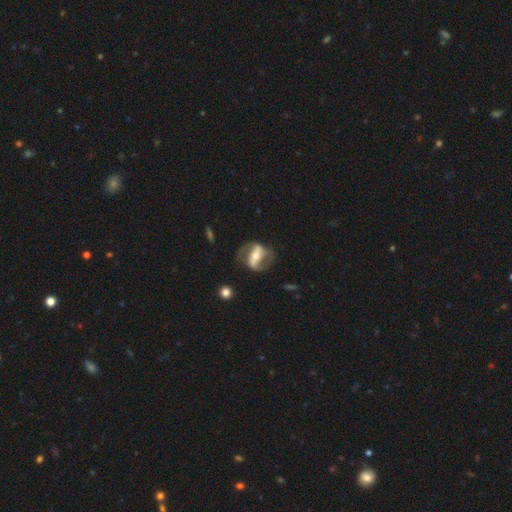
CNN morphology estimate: This is clearly a featured or disk galaxy (80%). It is clearly not viewed edge-on (92%). Bar: likely strong (68%). Spiral arm pattern: likely yes (77%). Spiral arm count: clearly 2 (85%). Spiral winding: marginally medium (44%). Central bulge: possibly moderate (57%). Merging: likely none (68%).